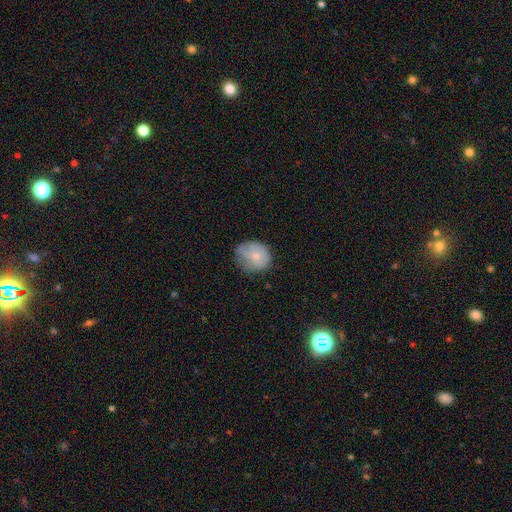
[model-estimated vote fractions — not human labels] This appears to be a smooth galaxy with no disk features (72%) that is round (70%). Merging: none (58%).